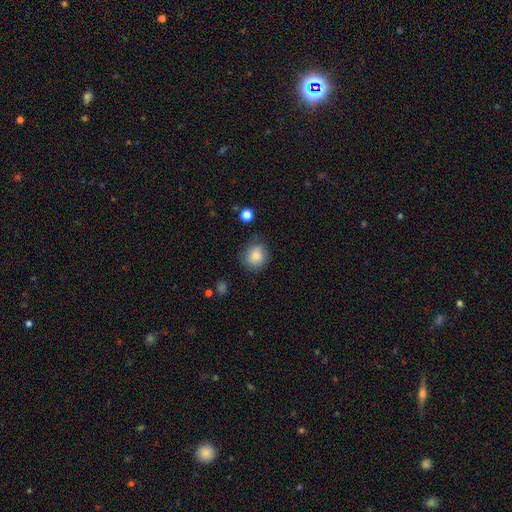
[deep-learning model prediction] A smooth galaxy with no disk features (83%) that is round (77%). Merging: none (72%).